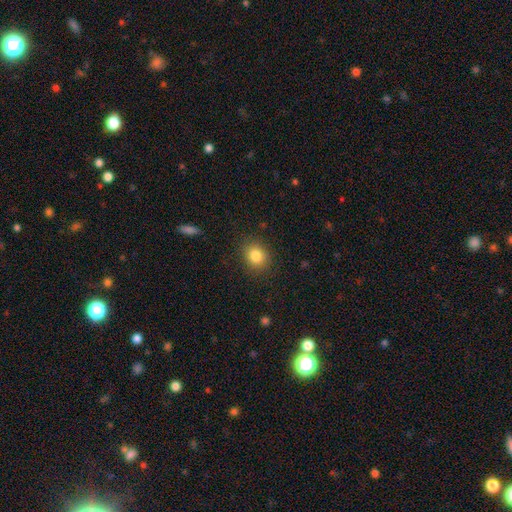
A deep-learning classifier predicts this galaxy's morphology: smooth_or_featured: smooth (p=0.83) [alt: star or artifact p=0.11]
how_rounded: round (p=0.73) [alt: in between p=0.27]
merging: none (p=0.87) [alt: minor disturbance p=0.09]